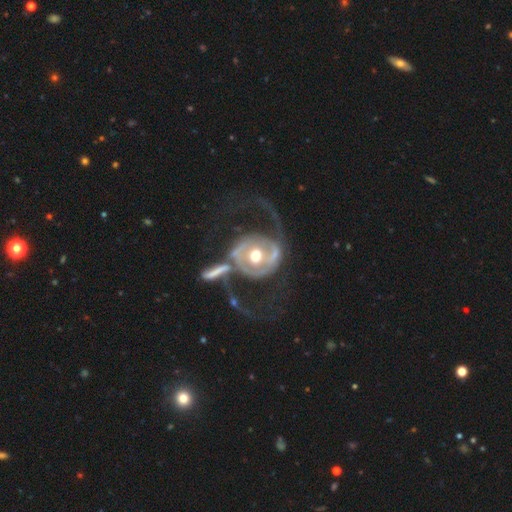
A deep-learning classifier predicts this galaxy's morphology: featured or disk 81%, smooth 14%, star or artifact 5%. Down the decision tree: edge-on disk — no (95%); bar — no (63%); spiral arms — yes (75%); spiral arm count — 2 (71%); spiral winding — loose (51%); bulge size — moderate (66%); merging — major disturbance (34%).